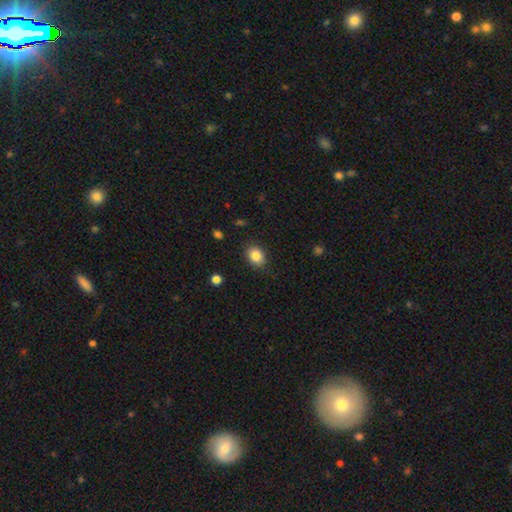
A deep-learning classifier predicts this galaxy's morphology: smooth 86%, star or artifact 9%, featured or disk 5%. Down the decision tree: how rounded — in between (58%); merging — none (85%).